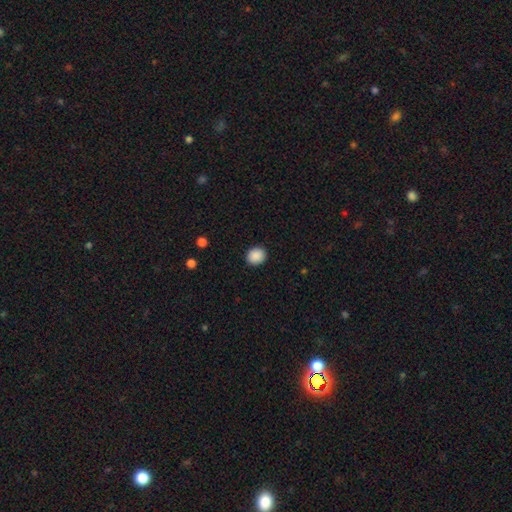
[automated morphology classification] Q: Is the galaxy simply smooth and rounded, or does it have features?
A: smooth — 89%.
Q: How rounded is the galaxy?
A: round — 77%.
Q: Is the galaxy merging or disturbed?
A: none — 91%.